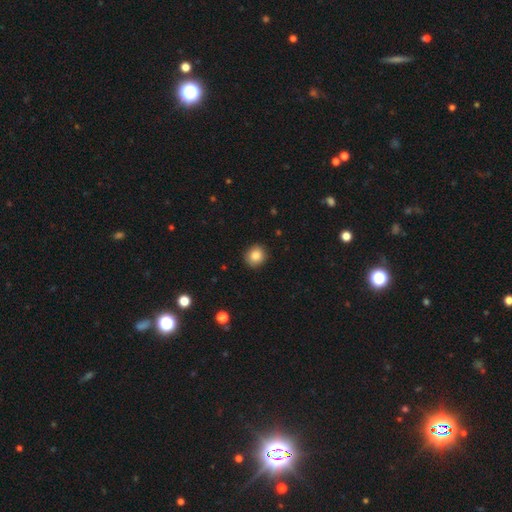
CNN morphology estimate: Smooth or featured? smooth (85%)
How rounded? round (86%)
Merging? none (90%)